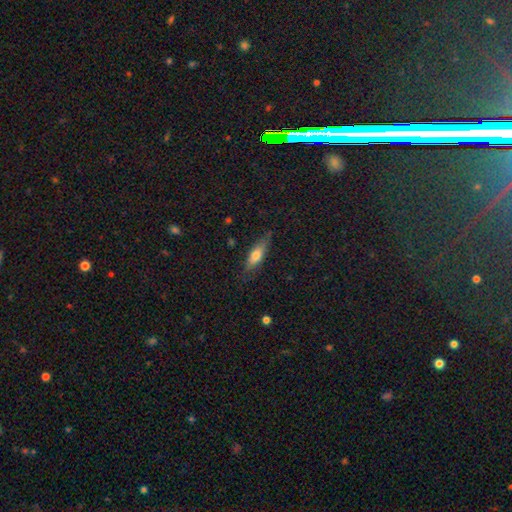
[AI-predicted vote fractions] A smooth galaxy with no disk features (65%) that is cigar-shaped (50%).

Vote fractions:
- Smooth or featured? smooth: 65% / featured or disk: 28% / star or artifact: 7%
- How rounded? cigar-shaped: 50% / in between: 48% / round: 2%
- Merging? none: 75% / minor disturbance: 19% / major disturbance: 4% / merger: 1%